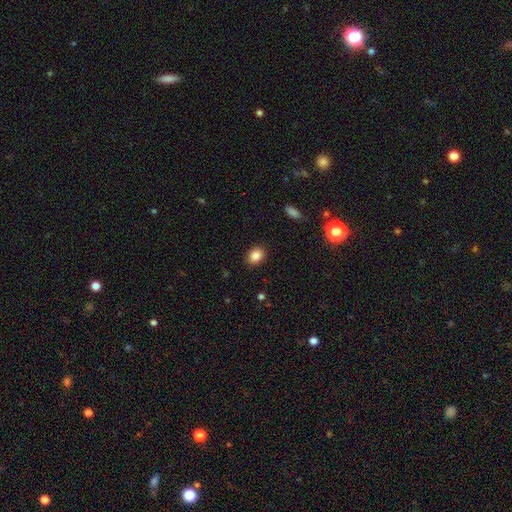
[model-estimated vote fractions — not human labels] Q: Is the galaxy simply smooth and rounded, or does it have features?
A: smooth — 86%.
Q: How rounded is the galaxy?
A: in between — 59%.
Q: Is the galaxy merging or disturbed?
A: none — 89%.